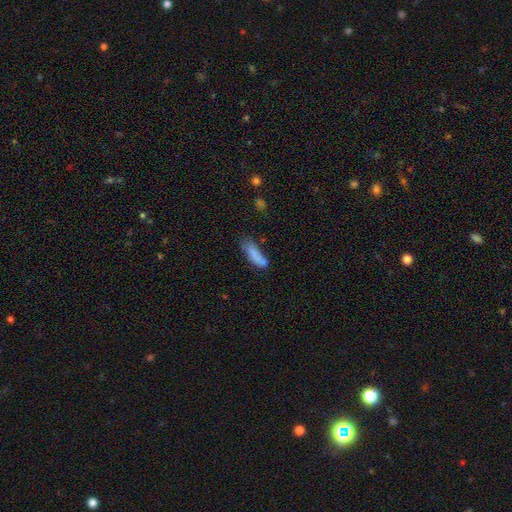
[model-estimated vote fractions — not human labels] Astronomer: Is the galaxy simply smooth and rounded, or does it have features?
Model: smooth — 79%.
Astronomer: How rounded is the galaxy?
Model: cigar-shaped — 52% (runner-up: in between, 46%).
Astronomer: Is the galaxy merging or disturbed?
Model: none — 48% (runner-up: minor disturbance, 29%).